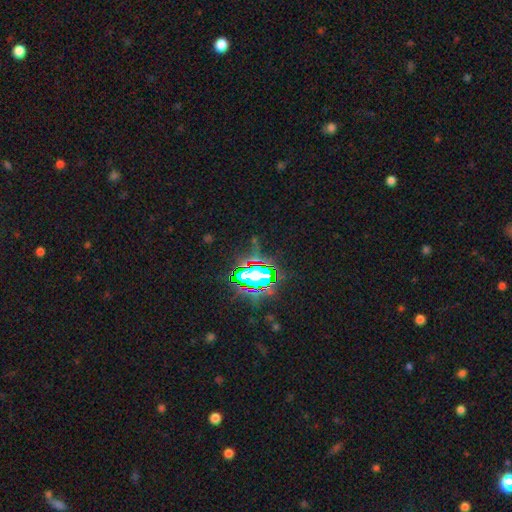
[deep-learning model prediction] The model was most divided on "smooth or featured": star or artifact: 83%, smooth: 10%, featured or disk: 7%.